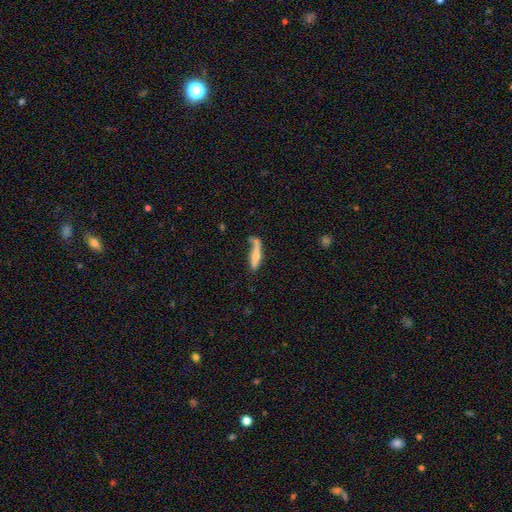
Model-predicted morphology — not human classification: Overall: smooth (51%; featured or disk 43%). How rounded: cigar-shaped (80%). Merging: none (46%; minor disturbance 25%).